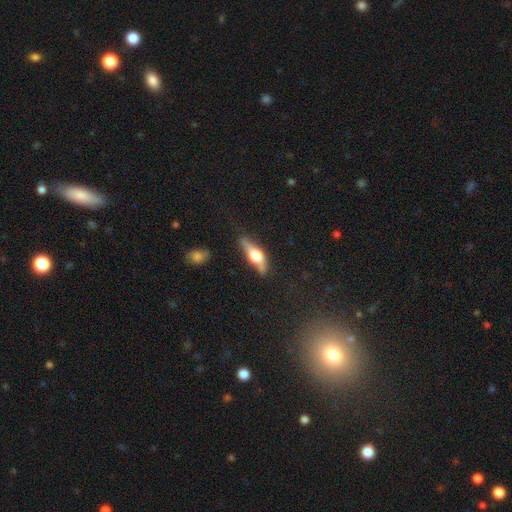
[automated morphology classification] This appears to be a featured or disk galaxy (64%) viewed edge-on (92%) with a rounded central bulge (92%). Merging: none (71%).